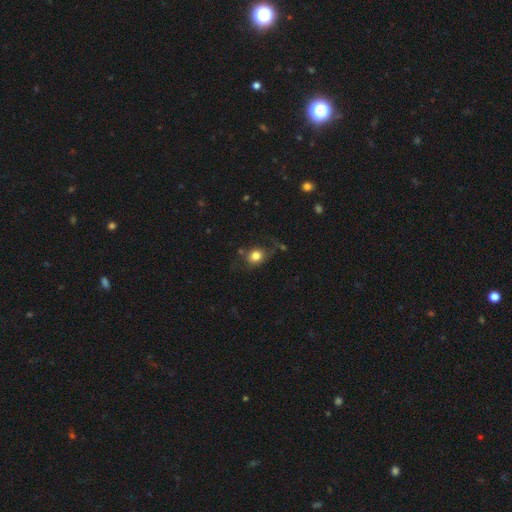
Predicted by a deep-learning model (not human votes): Q: Smooth or featured?
A: smooth (78%); runner-up: featured or disk (12%)
Q: How rounded?
A: round (60%); runner-up: in between (39%)
Q: Merging?
A: none (64%); runner-up: minor disturbance (21%)